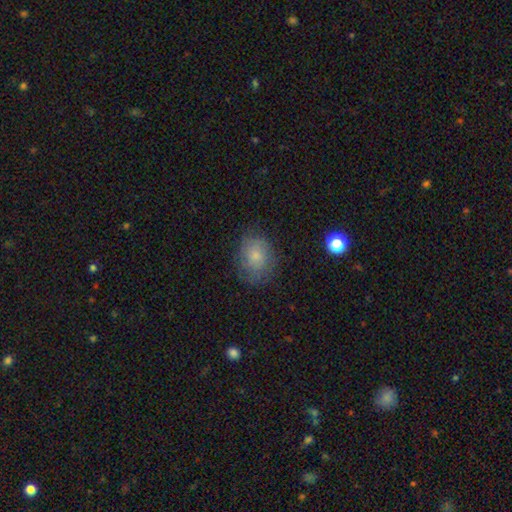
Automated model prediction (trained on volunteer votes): Morphology: type=smooth (72%); roundness=in between (54%); merging=none (71%).